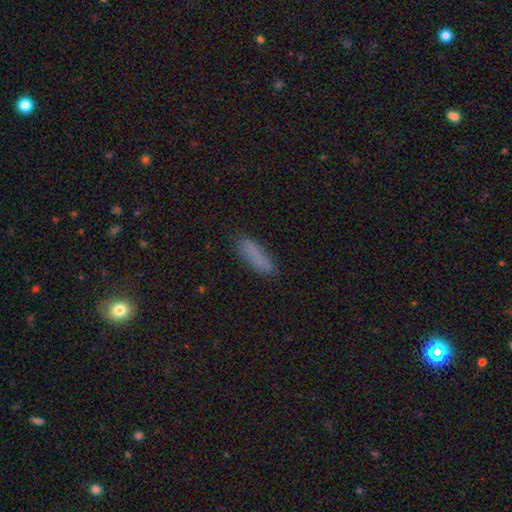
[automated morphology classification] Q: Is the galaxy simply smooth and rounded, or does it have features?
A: smooth — 81%.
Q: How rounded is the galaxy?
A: cigar-shaped — 65%.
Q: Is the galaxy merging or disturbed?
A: none — 82%.